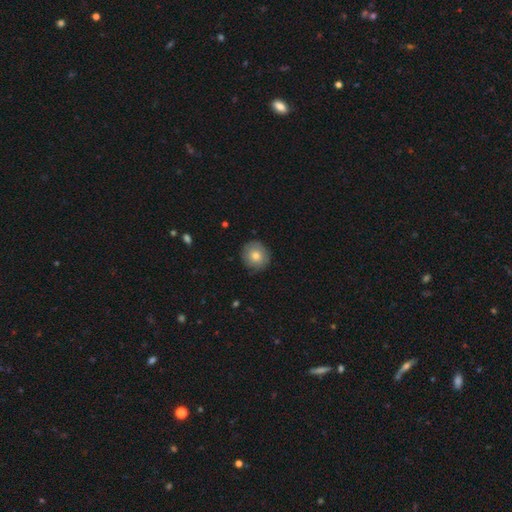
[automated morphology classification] smooth-or-featured: smooth: 73% | featured or disk: 19% | star or artifact: 8%
  how-rounded: round: 92% | in between: 7% | cigar-shaped: 1%
  merging: none: 83% | minor disturbance: 13% | major disturbance: 3% | merger: 1%